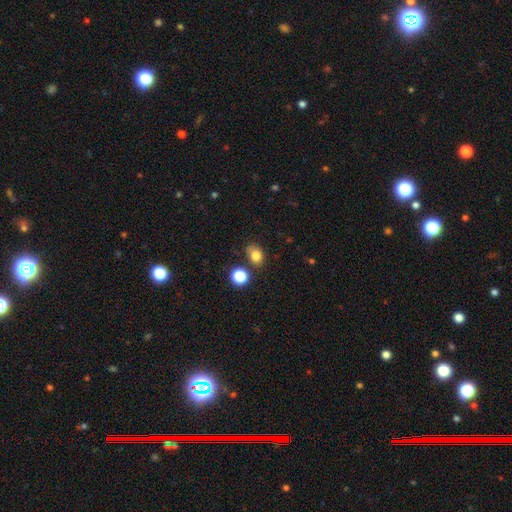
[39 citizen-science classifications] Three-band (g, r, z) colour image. It shows a smooth galaxy with no disk features (74%) that is in between round and cigar-shaped (62%). Merging: none (59%).